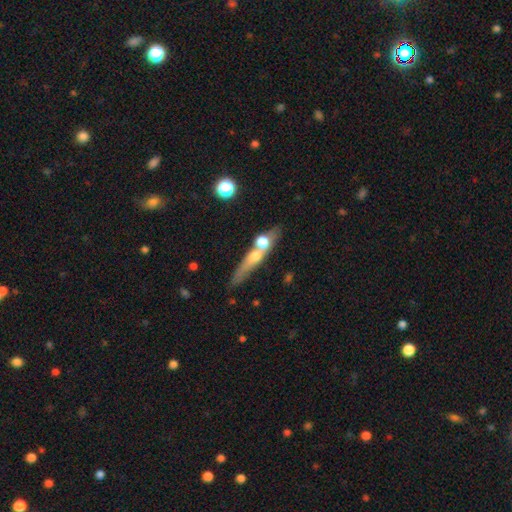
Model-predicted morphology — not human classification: Q: Smooth or featured?
A: featured or disk (50%); runner-up: smooth (41%)
Q: Merging?
A: none (48%); runner-up: merger (33%)